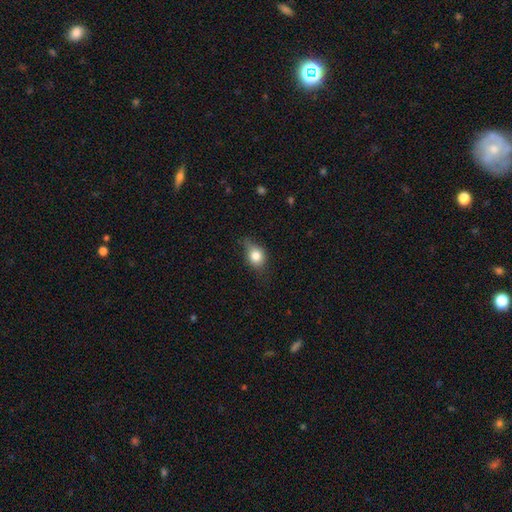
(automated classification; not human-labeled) This appears to be a smooth galaxy with no disk features (78%) that is in between round and cigar-shaped (55%). Merging: none (55%).